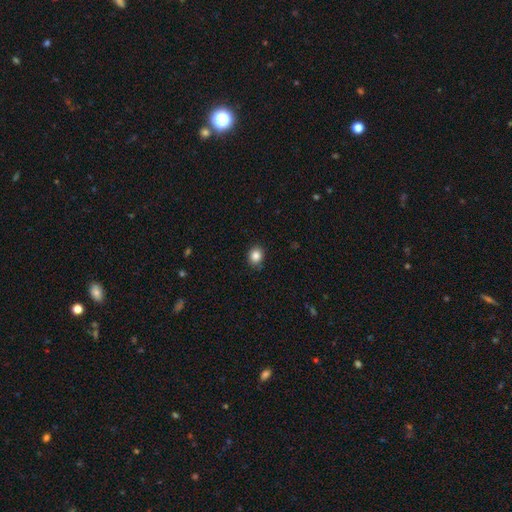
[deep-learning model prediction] A smooth galaxy with no disk features (85%) that is round (70%). Merging: none (87%).